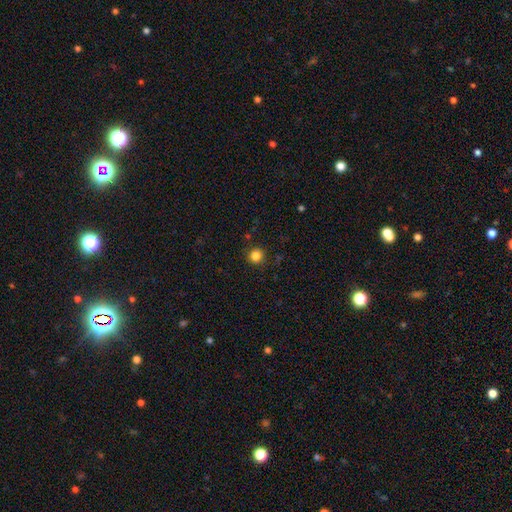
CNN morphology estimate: Overall: smooth (84%). How rounded: round (93%). Merging: none (90%).